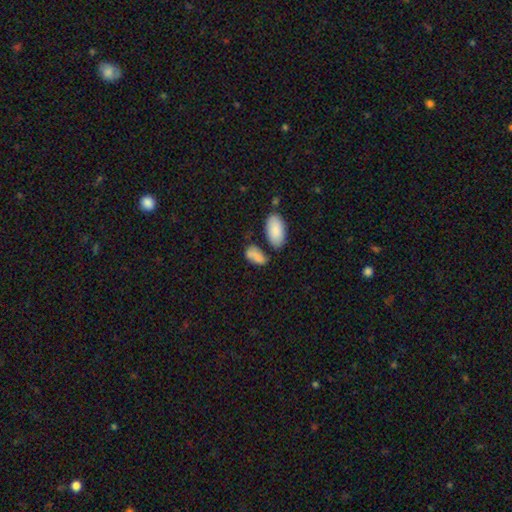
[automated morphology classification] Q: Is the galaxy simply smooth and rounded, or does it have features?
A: smooth — 80%.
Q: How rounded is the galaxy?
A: in between — 91%.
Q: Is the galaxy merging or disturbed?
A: none — 46%.